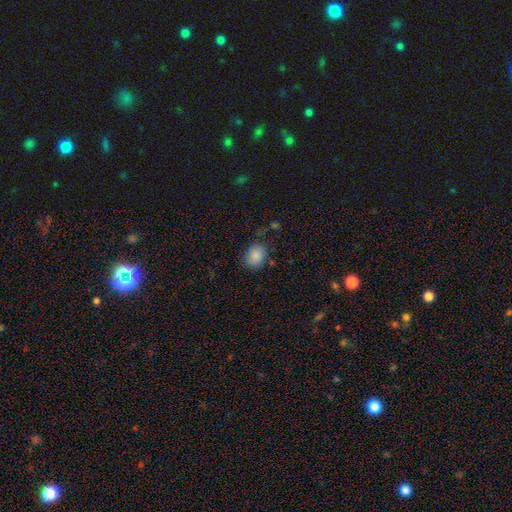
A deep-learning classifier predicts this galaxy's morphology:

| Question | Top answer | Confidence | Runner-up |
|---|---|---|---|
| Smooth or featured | smooth | 86% | star or artifact (9%) |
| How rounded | in between | 51% | round (48%) |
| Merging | none | 74% | minor disturbance (18%) |